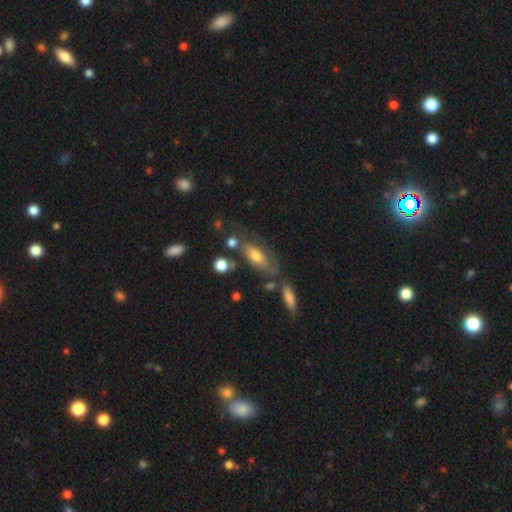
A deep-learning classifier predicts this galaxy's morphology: Smooth or featured?
  - smooth: 52% *
  - featured or disk: 40%
  - star or artifact: 8%
How rounded?
  - in between: 83% *
  - cigar-shaped: 13%
  - round: 4%
Merging?
  - none: 50% *
  - minor disturbance: 23%
  - major disturbance: 15%
  - merger: 11%